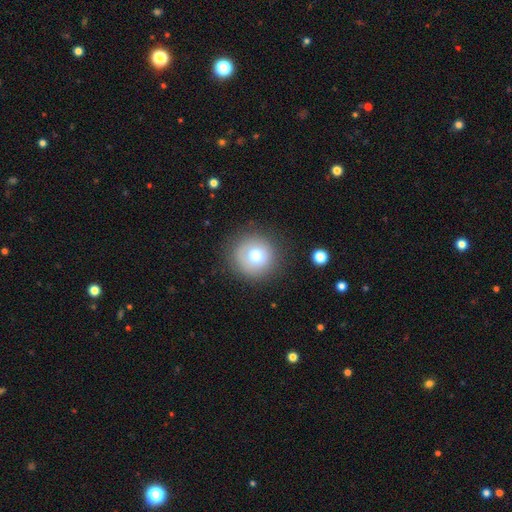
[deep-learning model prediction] smooth 71%, featured or disk 16%, star or artifact 12%. Down the decision tree: how rounded — round (95%); merging — none (85%).